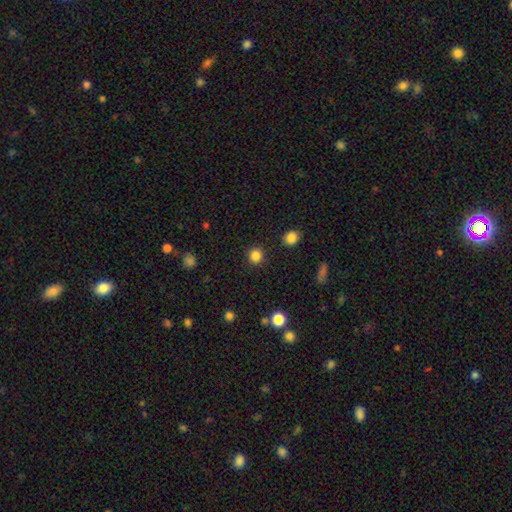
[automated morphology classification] Smooth or featured?
  - smooth: 84% *
  - star or artifact: 12%
  - featured or disk: 4%
How rounded?
  - round: 92% *
  - in between: 7%
  - cigar-shaped: 1%
Merging?
  - none: 91% *
  - minor disturbance: 6%
  - major disturbance: 2%
  - merger: 2%